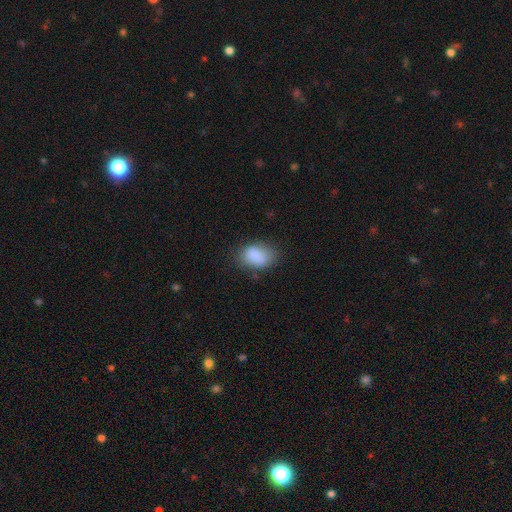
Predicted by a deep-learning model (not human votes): Smooth or featured: smooth — 85% (star or artifact — 8%)
How rounded: in between — 81% (round — 17%)
Merging: none — 67% (minor disturbance — 24%)